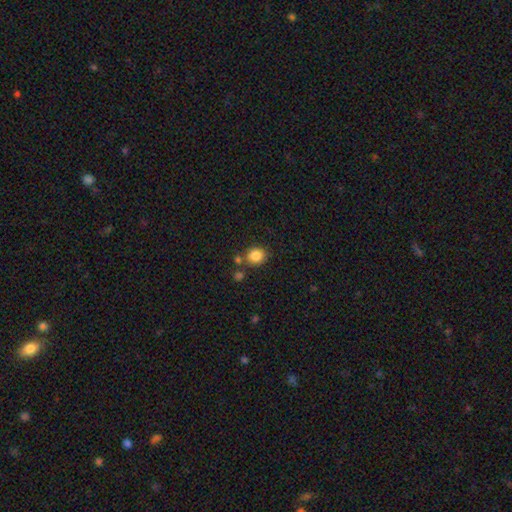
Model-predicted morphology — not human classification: smooth_or_featured: smooth (p=0.85) [alt: star or artifact p=0.10]
how_rounded: round (p=0.69) [alt: in between p=0.30]
merging: none (p=0.72) [alt: merger p=0.12]